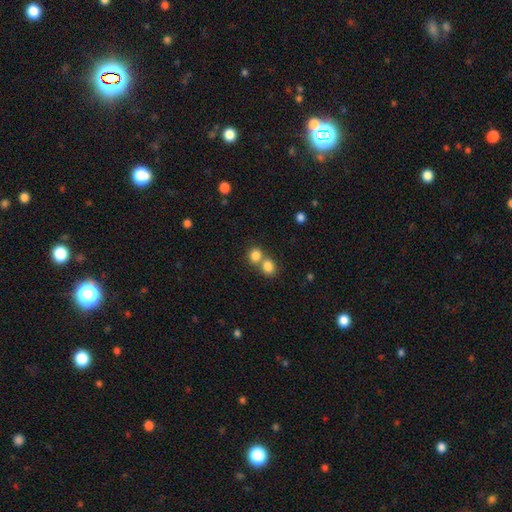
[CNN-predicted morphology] smooth 81%, star or artifact 11%, featured or disk 8%. Down the decision tree: how rounded — round (72%); merging — merger (51%).